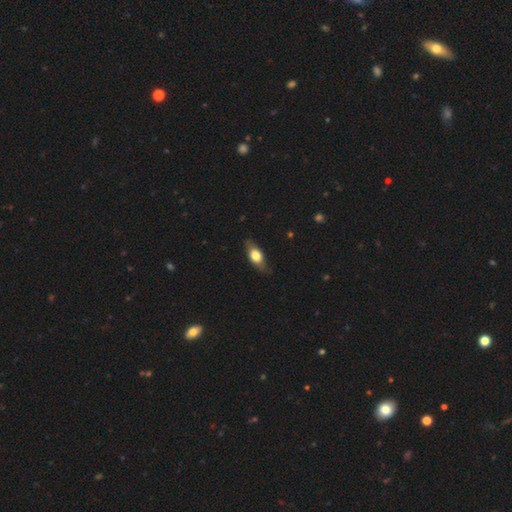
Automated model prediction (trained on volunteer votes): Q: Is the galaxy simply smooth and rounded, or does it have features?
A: smooth — 65%.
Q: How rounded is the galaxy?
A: in between — 79%.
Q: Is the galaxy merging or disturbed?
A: none — 76%.